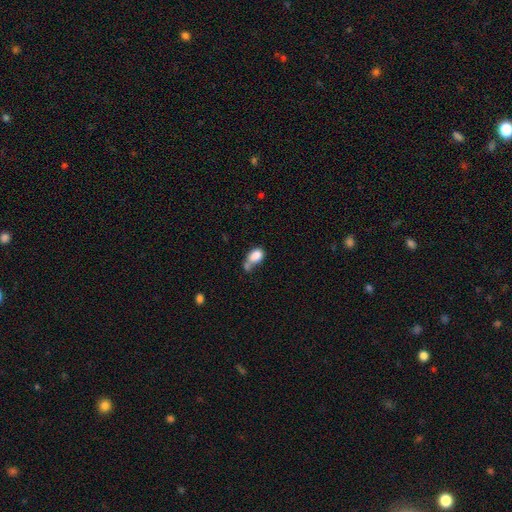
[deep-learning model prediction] A smooth galaxy with no disk features (82%) that is in between round and cigar-shaped (78%).

Vote fractions:
- Smooth or featured? smooth: 82% / star or artifact: 9% / featured or disk: 9%
- How rounded? in between: 78% / round: 20% / cigar-shaped: 2%
- Merging? merger: 39% / none: 30% / minor disturbance: 19% / major disturbance: 12%